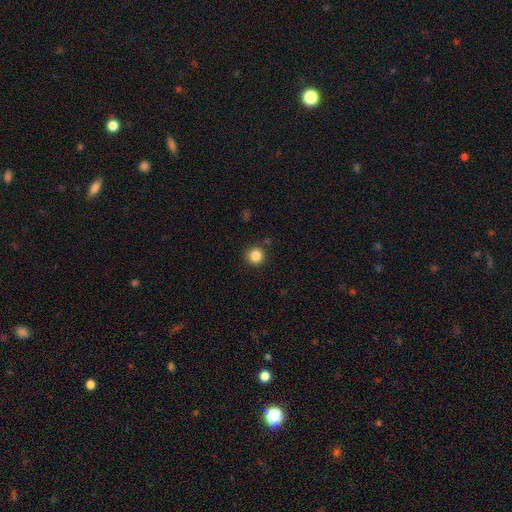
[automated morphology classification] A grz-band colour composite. It shows a smooth galaxy with no disk features (85%) that is round (95%). Merging: none (89%).